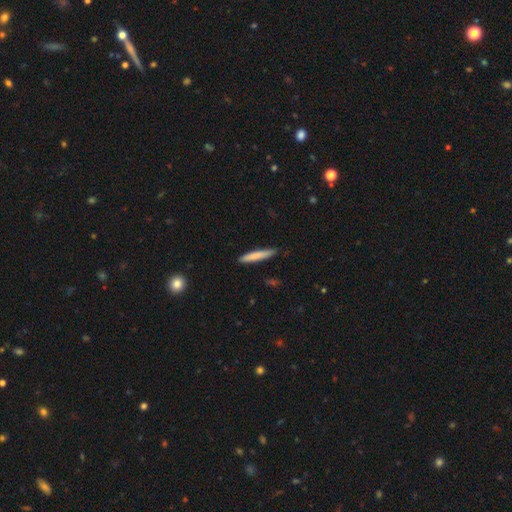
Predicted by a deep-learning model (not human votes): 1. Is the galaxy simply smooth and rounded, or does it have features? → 79% smooth, 15% featured or disk, 6% star or artifact.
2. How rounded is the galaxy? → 94% cigar-shaped, 5% in between, 1% round.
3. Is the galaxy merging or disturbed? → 87% none, 10% minor disturbance, 2% major disturbance, 1% merger.